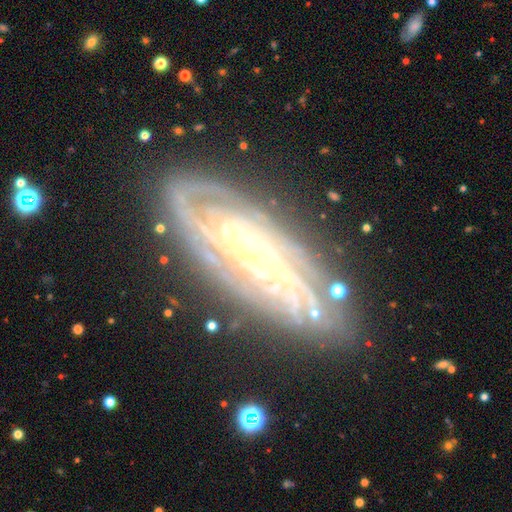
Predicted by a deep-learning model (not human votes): smooth_or_featured: featured or disk (p=0.86) [alt: star or artifact p=0.07]
disk_edge_on: no (p=0.87) [alt: yes p=0.13]
bar: no (p=0.59) [alt: weak p=0.25]
has_spiral_arms: yes (p=0.97) [alt: no p=0.03]
spiral_winding: tight (p=0.77) [alt: medium p=0.20]
spiral_arm_count: can't tell (p=0.25) [alt: 4 p=0.20]
bulge_size: small (p=0.78) [alt: moderate p=0.14]
merging: none (p=0.80) [alt: minor disturbance p=0.14]